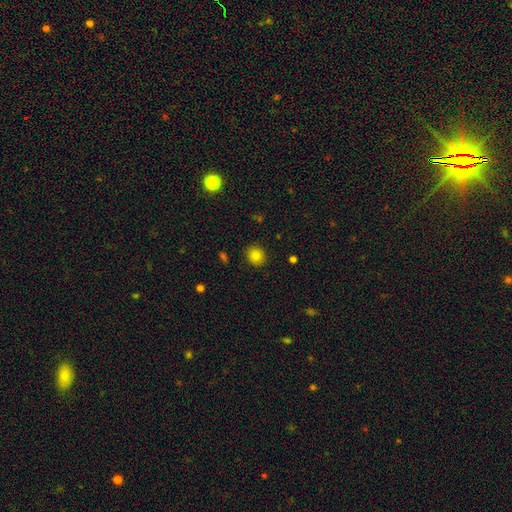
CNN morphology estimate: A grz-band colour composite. It shows a smooth galaxy with no disk features (82%) that is round (75%). Merging: none (88%).